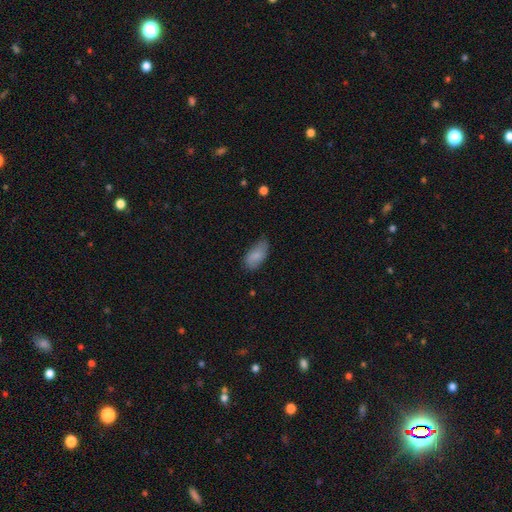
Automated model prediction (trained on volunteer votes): Smooth or featured?
  - smooth: 82% *
  - featured or disk: 11%
  - star or artifact: 7%
How rounded?
  - in between: 93% *
  - cigar-shaped: 4%
  - round: 3%
Merging?
  - none: 64% *
  - minor disturbance: 29%
  - major disturbance: 6%
  - merger: 1%